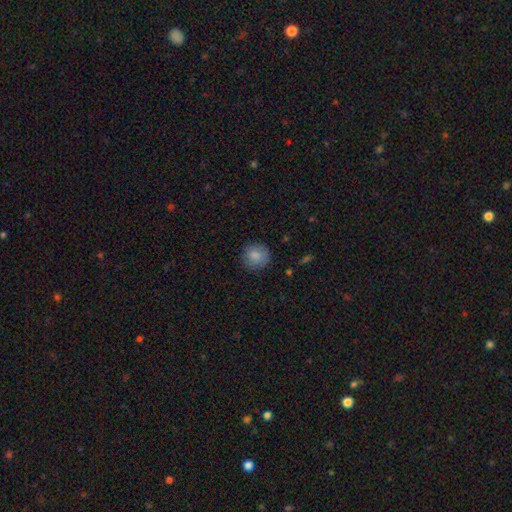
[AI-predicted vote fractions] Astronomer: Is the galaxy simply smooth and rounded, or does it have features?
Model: smooth — 86%.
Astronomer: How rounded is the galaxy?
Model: round — 91%.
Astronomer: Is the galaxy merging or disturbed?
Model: none — 85%.